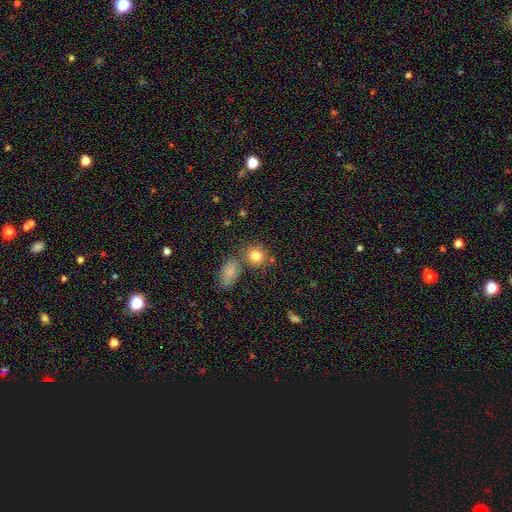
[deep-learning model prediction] smooth_or_featured: smooth (p=0.81) [alt: star or artifact p=0.11]
how_rounded: round (p=0.76) [alt: in between p=0.23]
merging: none (p=0.67) [alt: merger p=0.18]